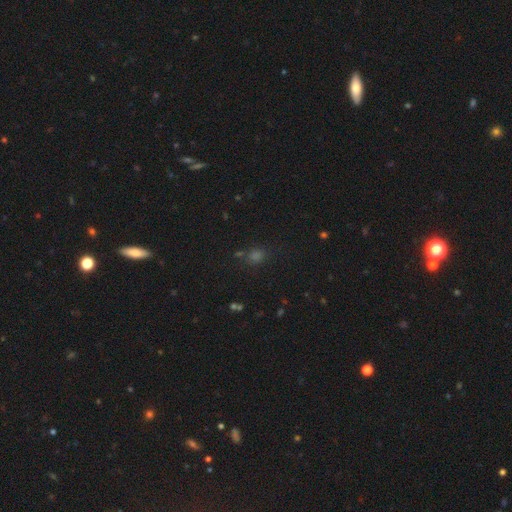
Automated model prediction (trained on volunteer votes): Smooth or featured?
  - smooth: 57% *
  - star or artifact: 36%
  - featured or disk: 7%
How rounded?
  - round: 79% *
  - in between: 19%
  - cigar-shaped: 2%
Merging?
  - none: 76% *
  - minor disturbance: 11%
  - merger: 8%
  - major disturbance: 5%